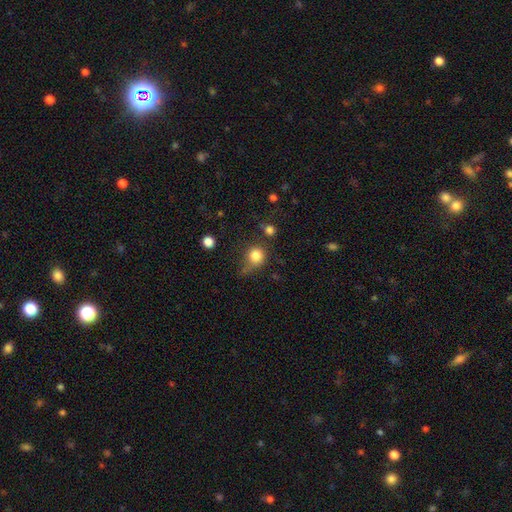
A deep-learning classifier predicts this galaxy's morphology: Q: Smooth or featured?
A: smooth (82%); runner-up: star or artifact (11%)
Q: How rounded?
A: round (85%); runner-up: in between (13%)
Q: Merging?
A: none (54%); runner-up: minor disturbance (25%)